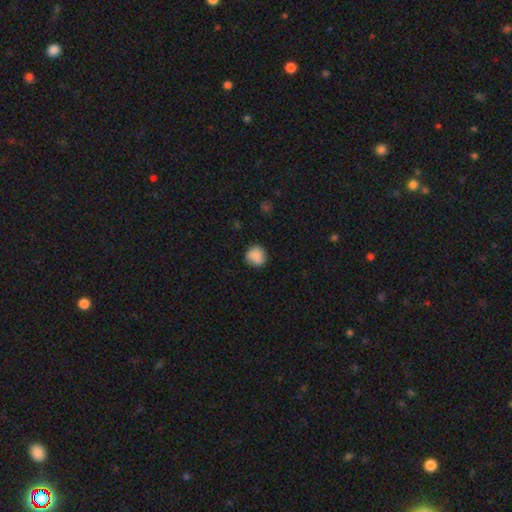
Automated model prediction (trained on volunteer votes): Overall: smooth (84%). How rounded: round (83%). Merging: none (76%).